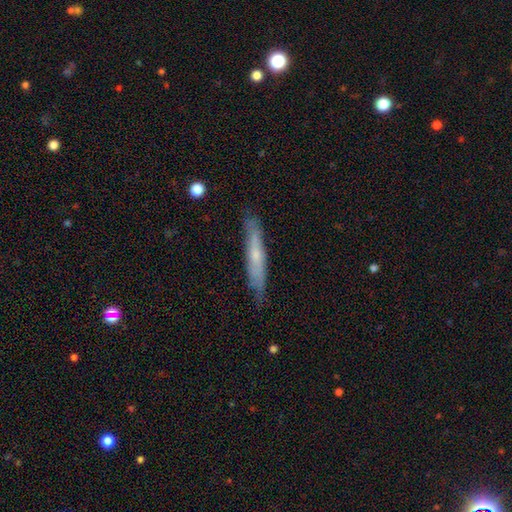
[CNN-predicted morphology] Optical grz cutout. It shows a featured or disk galaxy (50%). Merging: none (78%).